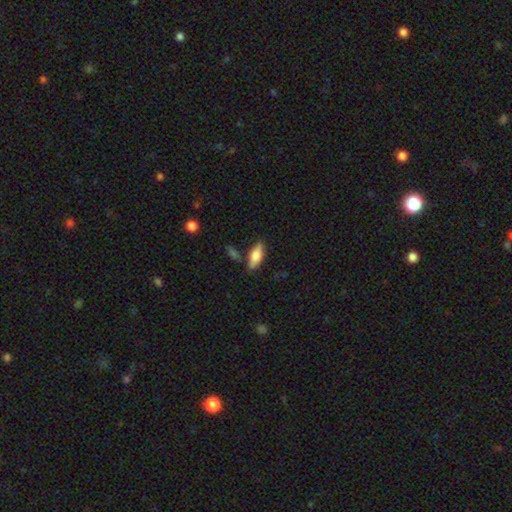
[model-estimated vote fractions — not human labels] Smooth or featured?
  - smooth: 65% *
  - featured or disk: 27%
  - star or artifact: 7%
How rounded?
  - in between: 70% *
  - cigar-shaped: 28%
  - round: 3%
Merging?
  - none: 75% *
  - minor disturbance: 16%
  - merger: 6%
  - major disturbance: 4%